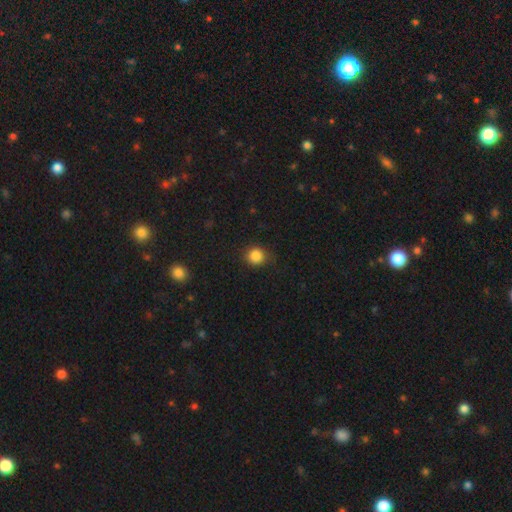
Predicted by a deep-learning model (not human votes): A smooth galaxy with no disk features (85%) that is round (88%). Merging: none (81%).